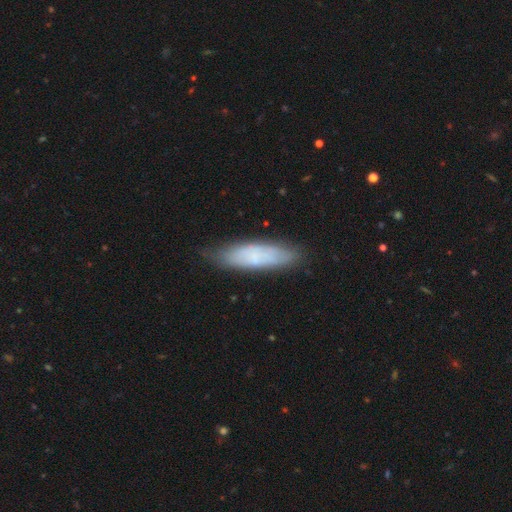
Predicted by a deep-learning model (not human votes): Smooth or featured?
  - smooth: 61% *
  - featured or disk: 31%
  - star or artifact: 8%
How rounded?
  - cigar-shaped: 59% *
  - in between: 39%
  - round: 2%
Merging?
  - none: 74% *
  - minor disturbance: 20%
  - major disturbance: 4%
  - merger: 2%